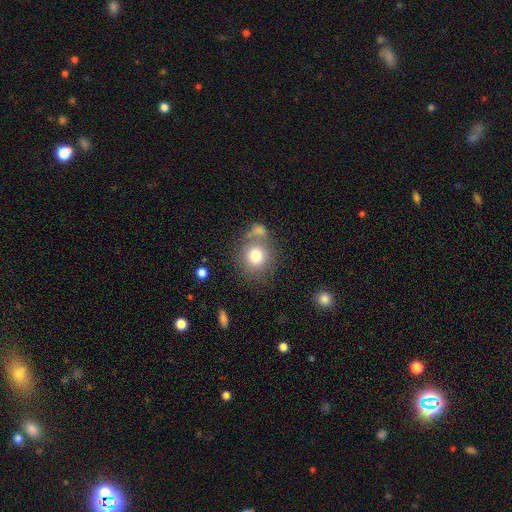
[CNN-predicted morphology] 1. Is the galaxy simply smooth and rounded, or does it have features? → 77% smooth, 13% featured or disk, 10% star or artifact.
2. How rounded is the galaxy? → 82% round, 17% in between, 1% cigar-shaped.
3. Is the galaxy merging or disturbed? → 58% none, 22% merger, 13% minor disturbance, 7% major disturbance.